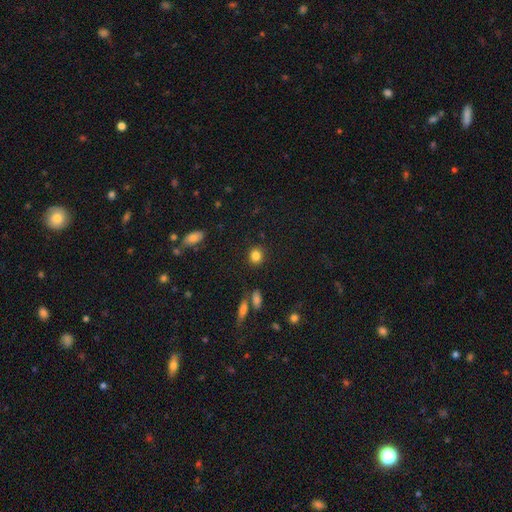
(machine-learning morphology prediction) A smooth galaxy with no disk features (84%) that is round (81%).

Vote fractions:
- Smooth or featured? smooth: 84% / star or artifact: 11% / featured or disk: 5%
- How rounded? round: 81% / in between: 18% / cigar-shaped: 1%
- Merging? none: 88% / minor disturbance: 7% / major disturbance: 3% / merger: 2%